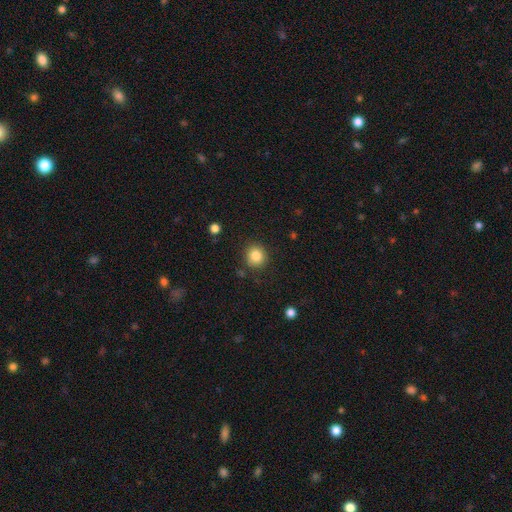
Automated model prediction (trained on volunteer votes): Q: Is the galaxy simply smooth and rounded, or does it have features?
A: smooth — 84%.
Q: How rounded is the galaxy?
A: round — 88%.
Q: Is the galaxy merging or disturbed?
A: none — 86%.